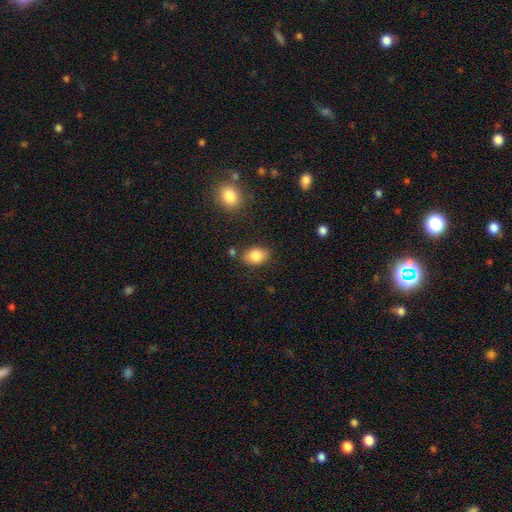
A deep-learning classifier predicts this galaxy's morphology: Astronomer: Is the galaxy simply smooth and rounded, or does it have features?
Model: smooth — 85%.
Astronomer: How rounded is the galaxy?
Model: in between — 80%.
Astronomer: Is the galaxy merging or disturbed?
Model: none — 80%.